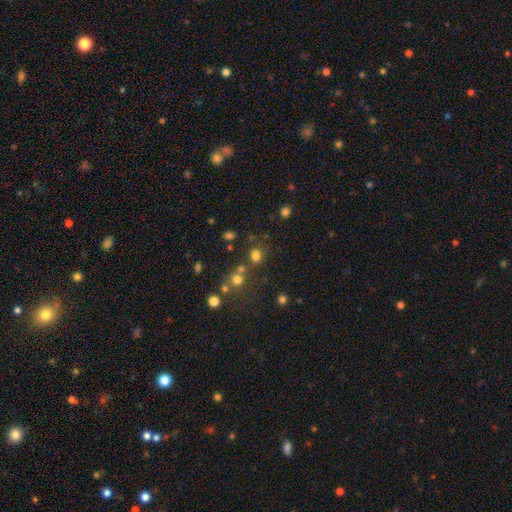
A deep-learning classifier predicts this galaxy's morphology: A smooth galaxy with no disk features (73%) that is round (77%). Merging: none (68%).